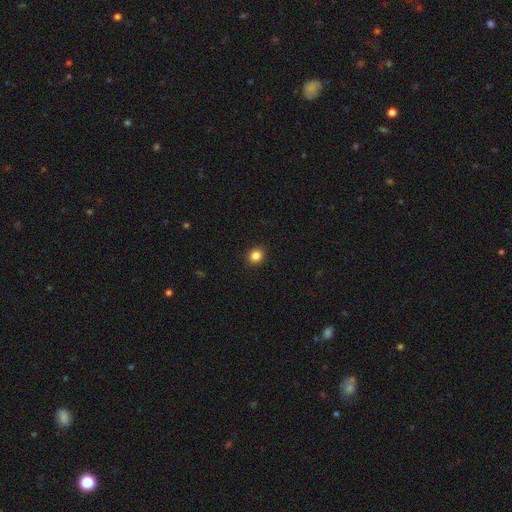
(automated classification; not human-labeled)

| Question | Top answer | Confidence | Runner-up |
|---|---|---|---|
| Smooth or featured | smooth | 85% | star or artifact (11%) |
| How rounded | round | 80% | in between (19%) |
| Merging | none | 92% | minor disturbance (5%) |